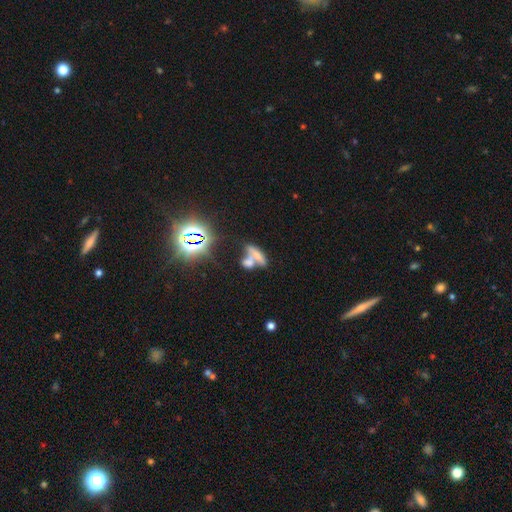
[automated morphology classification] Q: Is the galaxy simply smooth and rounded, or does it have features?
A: smooth — 54%.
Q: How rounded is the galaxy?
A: in between — 54%.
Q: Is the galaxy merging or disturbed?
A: merger — 64%.